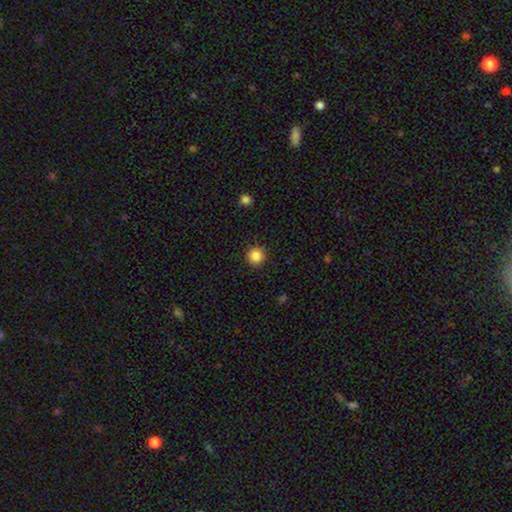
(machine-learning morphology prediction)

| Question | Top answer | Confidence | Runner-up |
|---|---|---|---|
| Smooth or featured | smooth | 86% | star or artifact (10%) |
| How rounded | round | 95% | in between (4%) |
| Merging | none | 92% | minor disturbance (5%) |